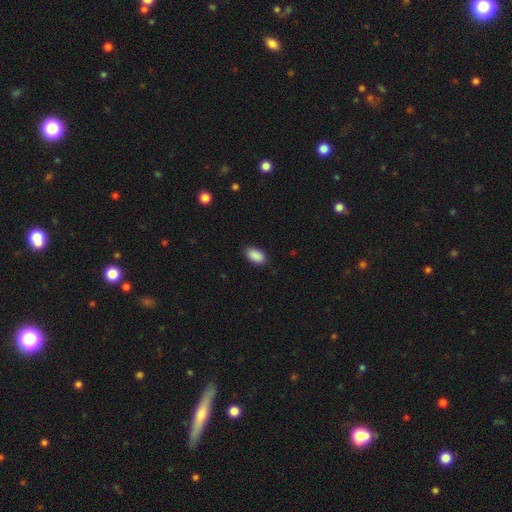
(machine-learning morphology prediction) Q: Smooth or featured?
A: smooth (90%); runner-up: star or artifact (7%)
Q: How rounded?
A: in between (93%); runner-up: round (5%)
Q: Merging?
A: none (87%); runner-up: minor disturbance (10%)